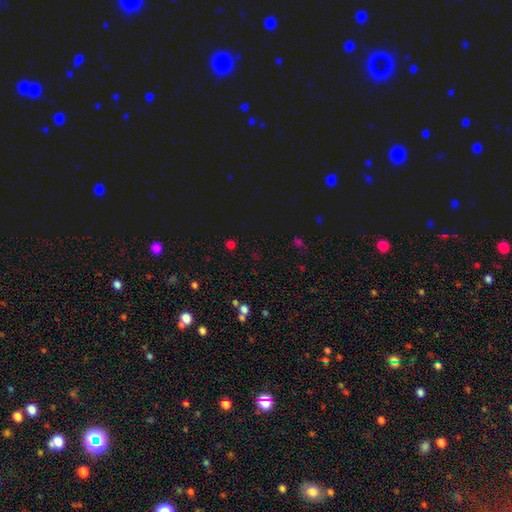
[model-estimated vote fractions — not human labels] Smooth or featured: star or artifact — 55% (smooth — 38%)